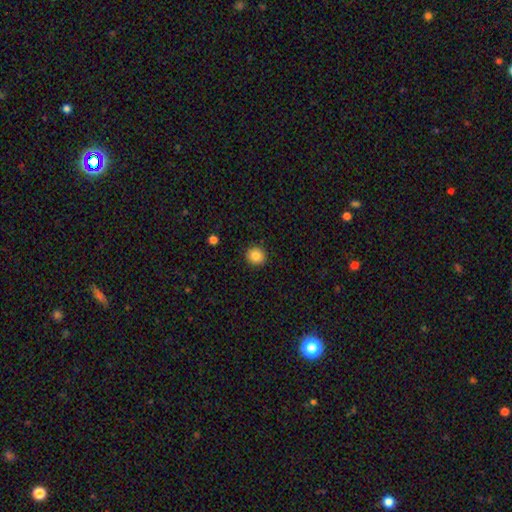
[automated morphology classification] Smooth or featured: smooth — 85% (star or artifact — 10%)
How rounded: round — 91% (in between — 8%)
Merging: none — 92% (minor disturbance — 5%)